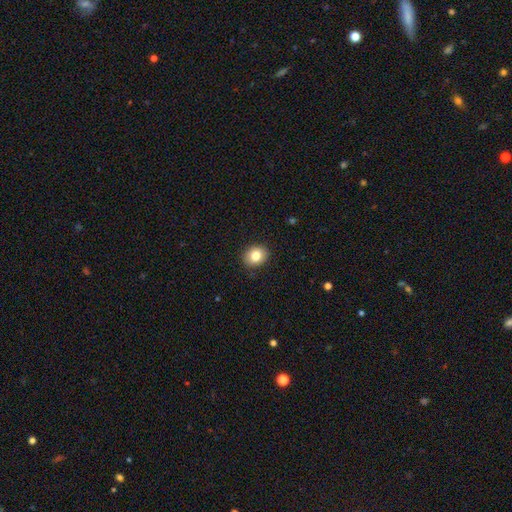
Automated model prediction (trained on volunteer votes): smooth_or_featured: smooth (p=0.82) [alt: star or artifact p=0.10]
how_rounded: round (p=0.64) [alt: in between p=0.35]
merging: none (p=0.90) [alt: minor disturbance p=0.07]